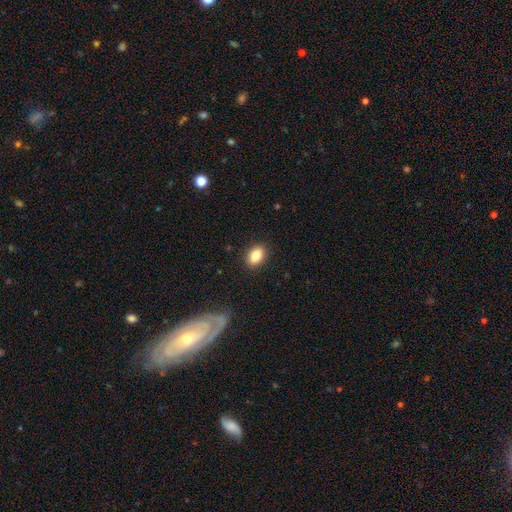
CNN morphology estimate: This is clearly a smooth galaxy (84%). How rounded: clearly in between (82%). Merging: clearly none (88%).